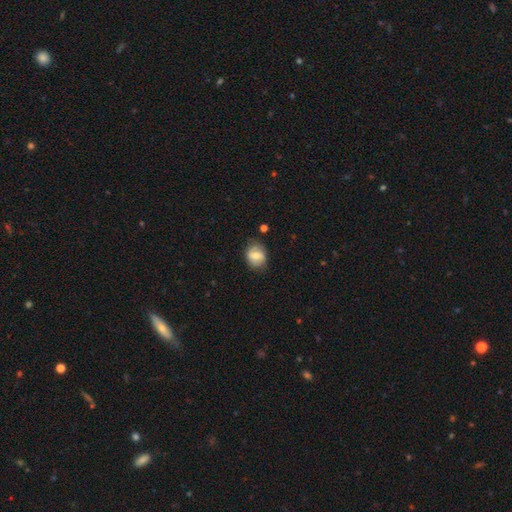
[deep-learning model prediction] A smooth galaxy with no disk features (57%) that is round (59%).

Vote fractions:
- Smooth or featured? smooth: 57% / featured or disk: 34% / star or artifact: 8%
- How rounded? round: 59% / in between: 40% / cigar-shaped: 1%
- Merging? none: 75% / minor disturbance: 19% / major disturbance: 5% / merger: 2%